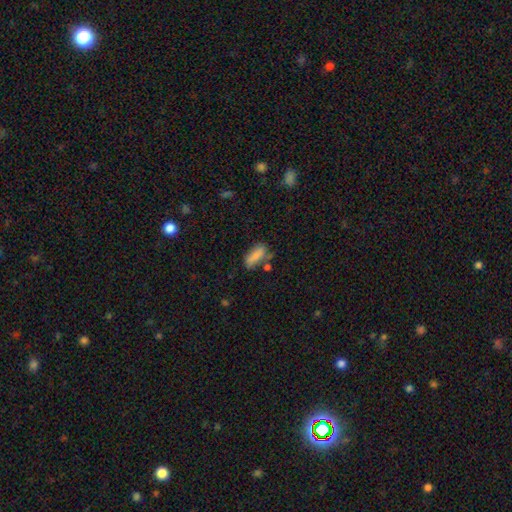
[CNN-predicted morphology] The model was most divided on "merging": none: 58%, minor disturbance: 23%, merger: 12%, major disturbance: 8%. More confident: smooth or featured — smooth (79%); how rounded — in between (67%).